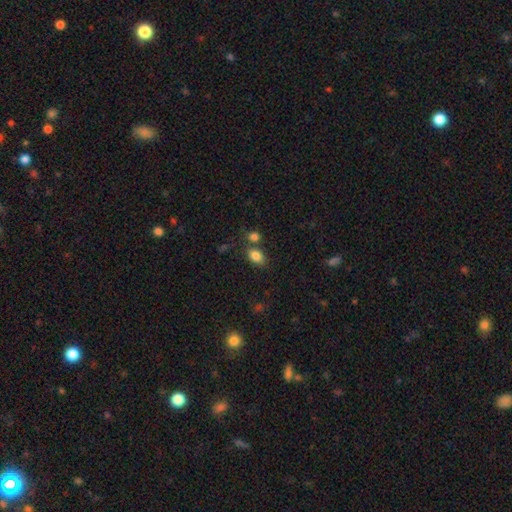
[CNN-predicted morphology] This appears to be a smooth galaxy with no disk features (85%) that is in between round and cigar-shaped (82%). Merging: none (65%).